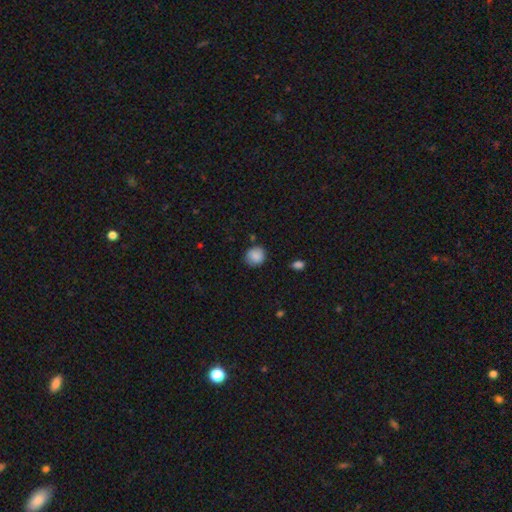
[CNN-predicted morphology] smooth_or_featured: smooth (p=0.86) [alt: star or artifact p=0.08]
how_rounded: round (p=0.85) [alt: in between p=0.14]
merging: none (p=0.82) [alt: minor disturbance p=0.13]